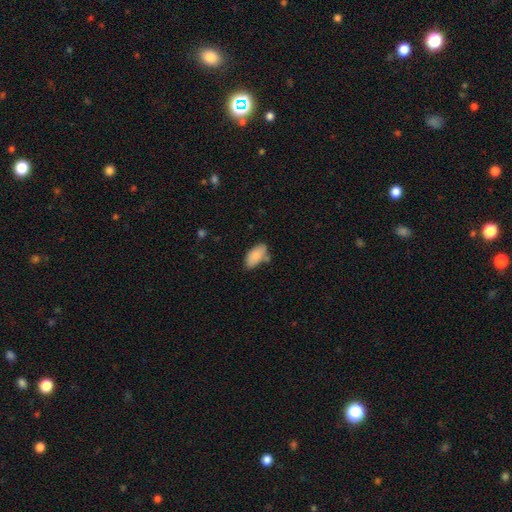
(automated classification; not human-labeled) Smooth or featured? smooth (87%)
How rounded? in between (92%)
Merging? none (63%)